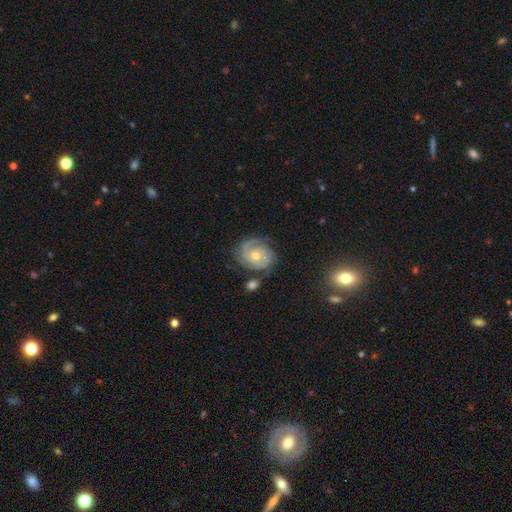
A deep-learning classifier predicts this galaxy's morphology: Overall: featured or disk (83%). Edge-on disk: no (97%). Bar: no (75%). Spiral arms: yes (95%). Spiral arm count: 2 (48%; can't tell 19%). Spiral winding: tight (65%; medium 28%). Bulge size: moderate (60%; small 36%). Merging: none (66%).